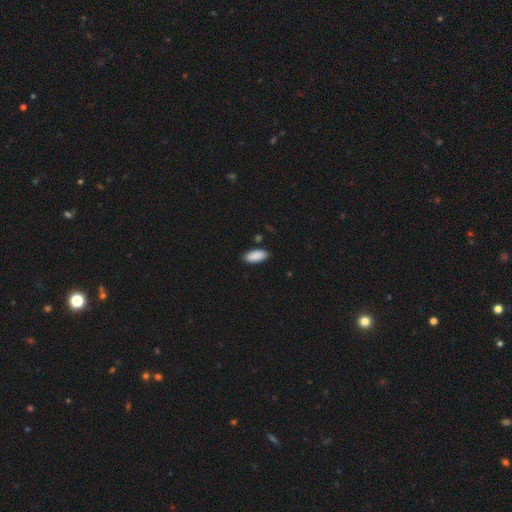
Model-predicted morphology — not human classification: Q: Smooth or featured?
A: smooth (90%); runner-up: star or artifact (6%)
Q: How rounded?
A: in between (89%); runner-up: cigar-shaped (9%)
Q: Merging?
A: none (87%); runner-up: minor disturbance (9%)